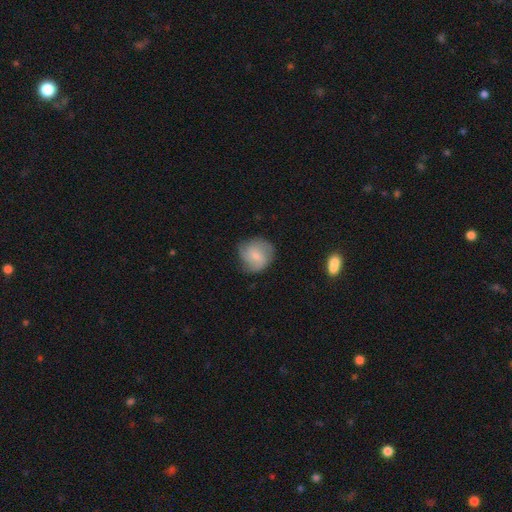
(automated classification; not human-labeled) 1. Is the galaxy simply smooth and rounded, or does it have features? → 51% smooth, 42% featured or disk, 8% star or artifact.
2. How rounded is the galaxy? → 85% round, 14% in between, 1% cigar-shaped.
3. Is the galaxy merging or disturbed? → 67% none, 23% minor disturbance, 8% major disturbance, 1% merger.